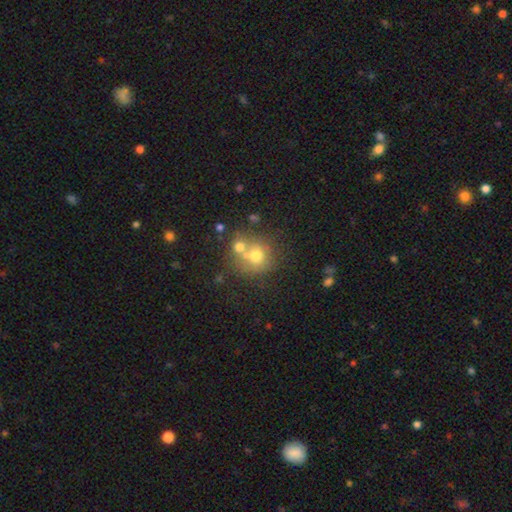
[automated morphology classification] smooth 62%, featured or disk 22%, star or artifact 16%. Down the decision tree: how rounded — round (84%); merging — none (44%).